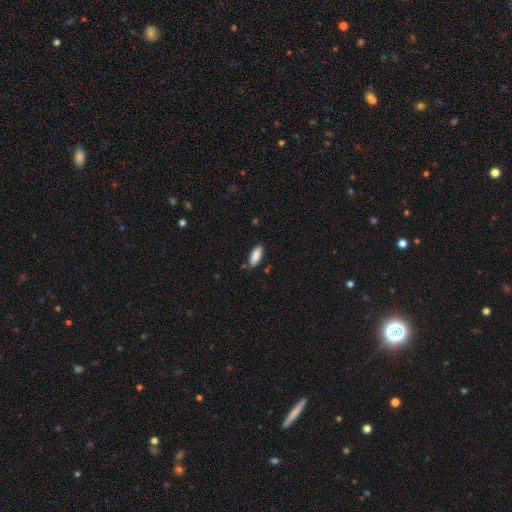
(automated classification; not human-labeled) Q: Smooth or featured?
A: smooth (88%); runner-up: star or artifact (6%)
Q: How rounded?
A: in between (72%); runner-up: cigar-shaped (26%)
Q: Merging?
A: none (83%); runner-up: minor disturbance (13%)